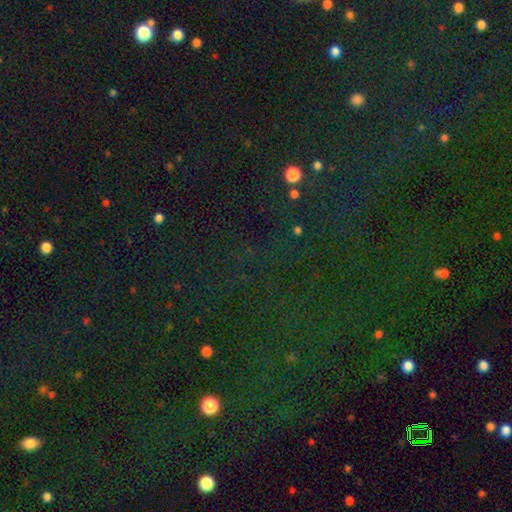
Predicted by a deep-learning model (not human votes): This is likely a star or artifact rather than a galaxy (80%).